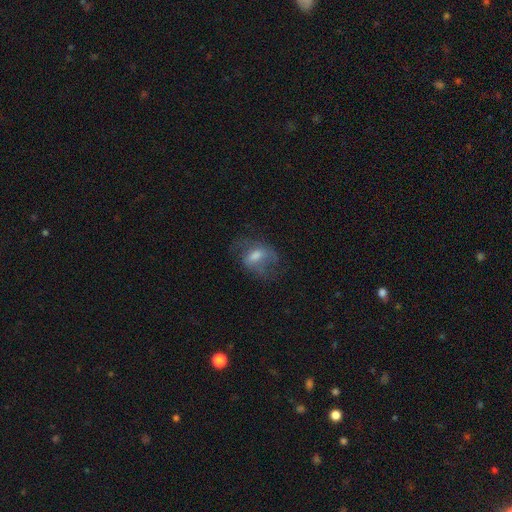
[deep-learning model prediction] Overall: featured or disk (47%; smooth 41%). Merging: none (48%; major disturbance 28%).